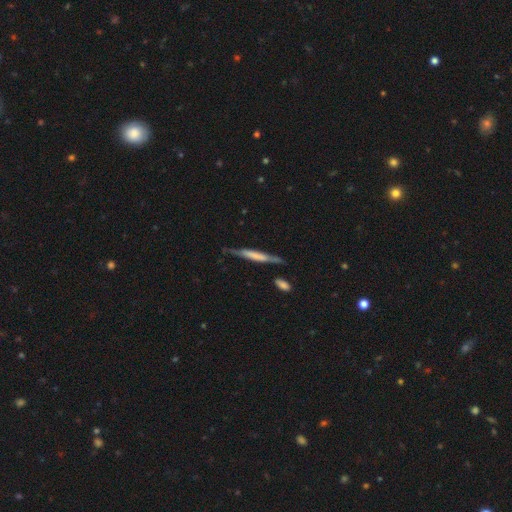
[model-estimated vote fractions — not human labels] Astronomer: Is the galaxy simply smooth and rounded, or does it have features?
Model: featured or disk — 50% (runner-up: smooth, 45%).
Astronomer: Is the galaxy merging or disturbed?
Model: none — 69%.